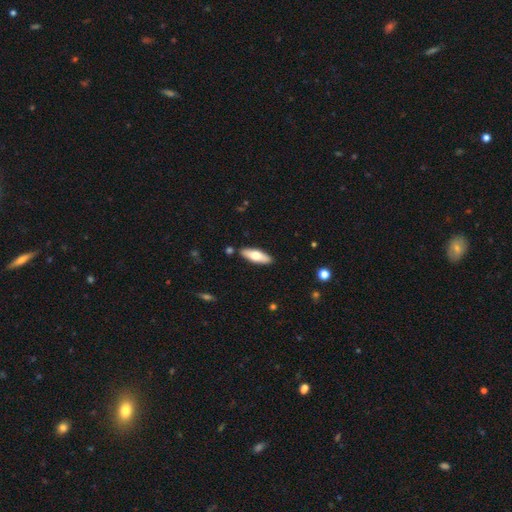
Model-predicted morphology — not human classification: Overall: smooth (61%; featured or disk 33%). How rounded: in between (57%; cigar-shaped 41%). Merging: none (88%).